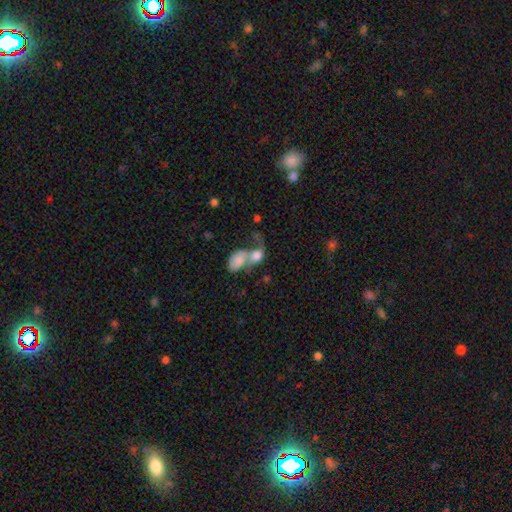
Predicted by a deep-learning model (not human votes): The model was most divided on "how rounded": in between: 64%, round: 33%, cigar-shaped: 2%. More confident: merging — merger (75%); smooth or featured — smooth (65%).